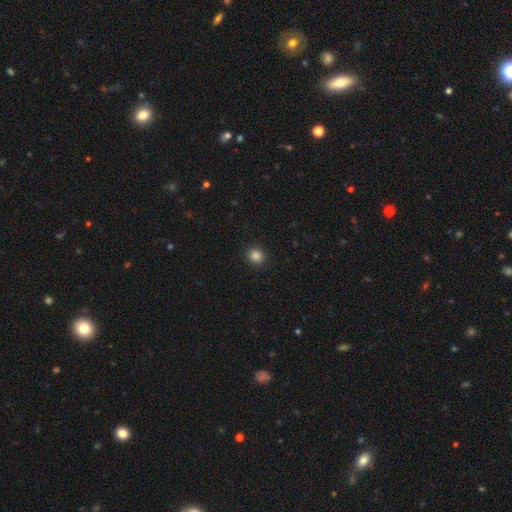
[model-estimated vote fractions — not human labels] Morphology: type=smooth (86%); roundness=round (87%); merging=none (91%).